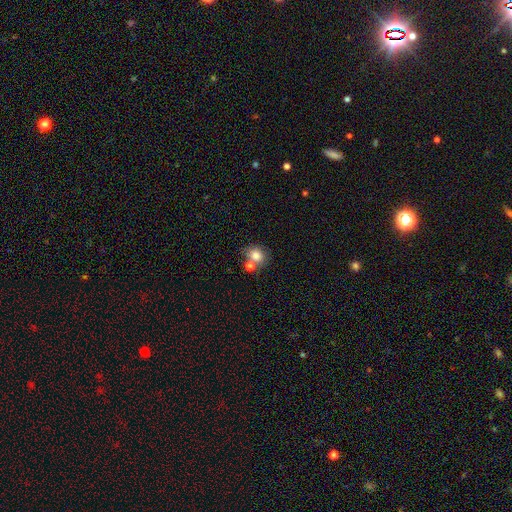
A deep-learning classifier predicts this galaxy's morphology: This appears to be a smooth galaxy with no disk features (79%) that is round (71%). Merging: none (54%).